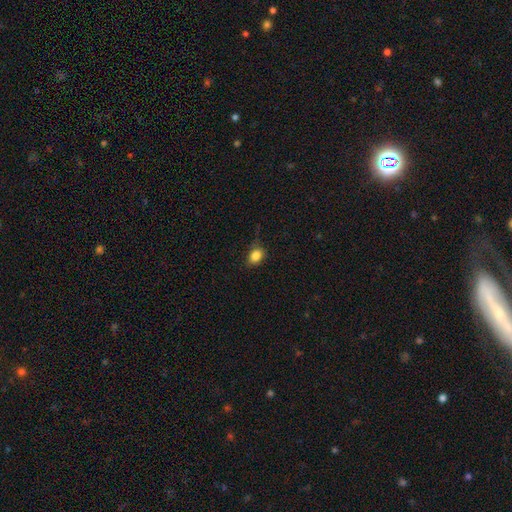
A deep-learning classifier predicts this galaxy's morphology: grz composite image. It shows a smooth galaxy with no disk features (85%) that is in between round and cigar-shaped (66%). Merging: none (74%).